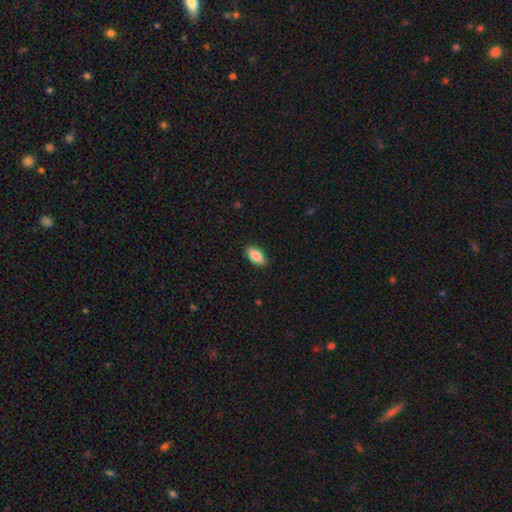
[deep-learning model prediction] smooth 85%, featured or disk 8%, star or artifact 7%. Down the decision tree: how rounded — in between (91%); merging — none (89%).